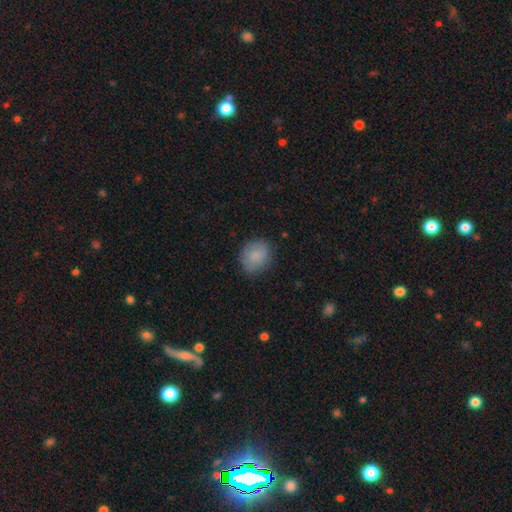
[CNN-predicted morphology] Overall: smooth (84%). How rounded: round (66%; in between 33%). Merging: none (76%).